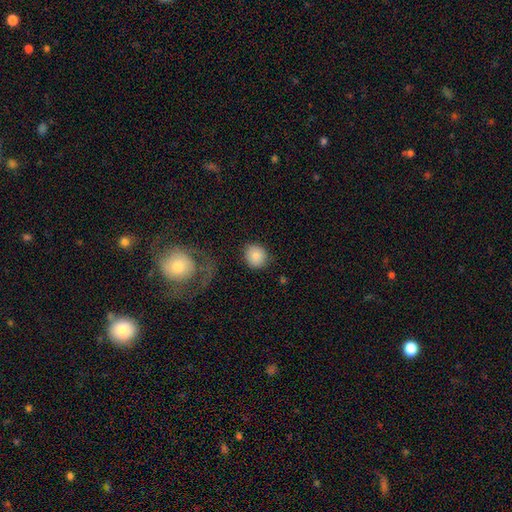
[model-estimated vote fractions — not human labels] Smooth or featured? smooth (83%)
How rounded? round (87%)
Merging? none (83%)